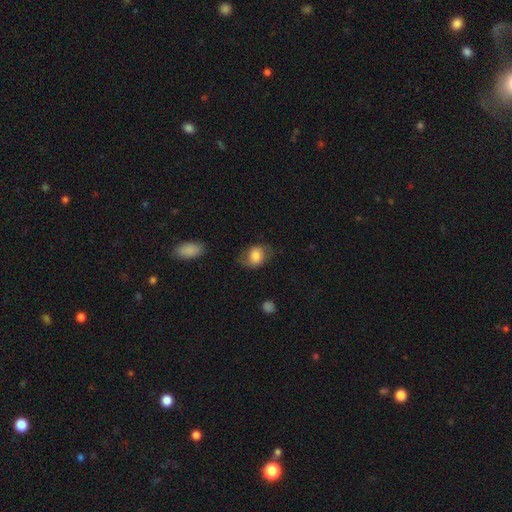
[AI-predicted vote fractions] Morphology: type=smooth (74%); roundness=in between (53%); merging=none (63%).